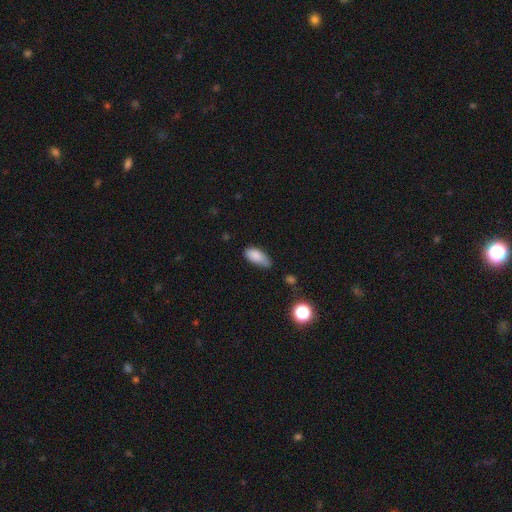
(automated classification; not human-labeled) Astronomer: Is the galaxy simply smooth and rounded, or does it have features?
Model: smooth — 85%.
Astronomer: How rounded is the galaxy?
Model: in between — 88%.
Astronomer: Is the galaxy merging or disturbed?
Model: none — 45% (runner-up: minor disturbance, 41%).